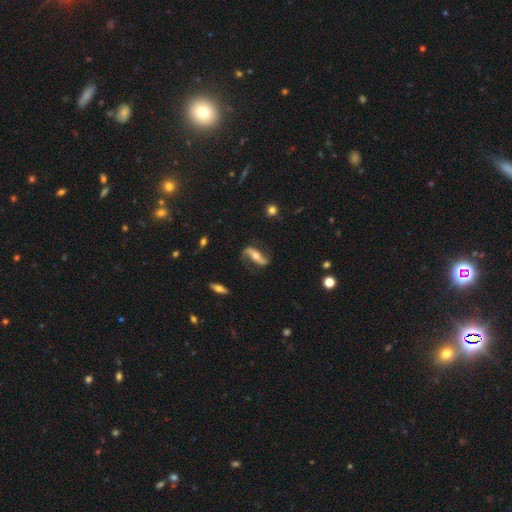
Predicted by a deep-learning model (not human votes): smooth-or-featured: featured or disk: 83% | smooth: 11% | star or artifact: 6%
  disk-edge-on: no: 85% | yes: 15%
    bar: strong: 44% | no: 33% | weak: 23%
    has-spiral-arms: yes: 94% | no: 6%
      spiral-winding: loose: 74% | medium: 19% | tight: 7%
      spiral-arm-count: 2: 92% | 1: 3% | can't tell: 2% | 3: 1% | 4: 1% | more than 4: 1%
    bulge-size: moderate: 59% | small: 32% | large: 6% | none: 2% | dominant: 2%
  merging: none: 75% | minor disturbance: 15% | major disturbance: 8% | merger: 2%